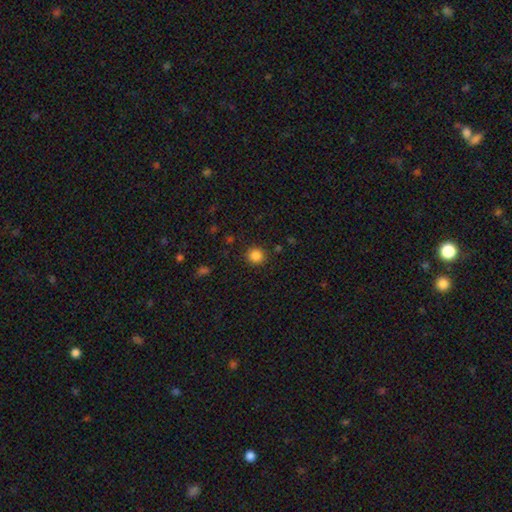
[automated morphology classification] Smooth or featured? smooth (85%)
How rounded? round (91%)
Merging? none (89%)